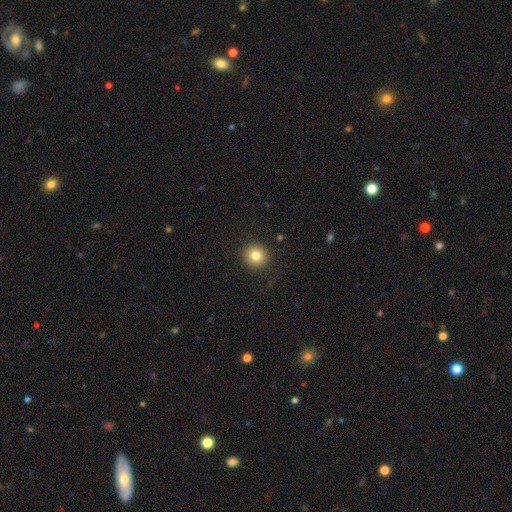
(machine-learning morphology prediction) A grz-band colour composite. It shows a smooth galaxy with no disk features (83%) that is round (93%). Merging: none (92%).